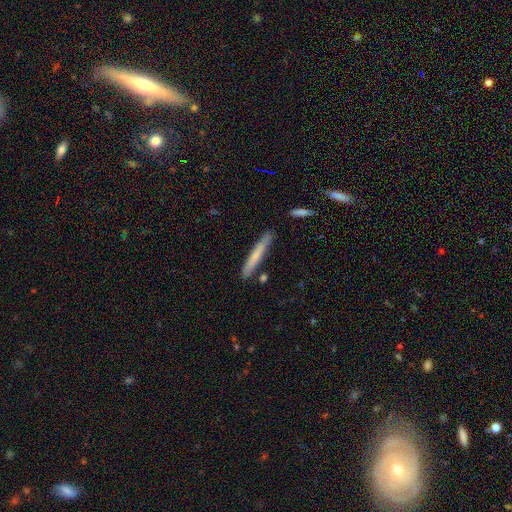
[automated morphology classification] This appears to be a smooth galaxy with no disk features (69%) that is cigar-shaped (96%). Merging: none (86%).